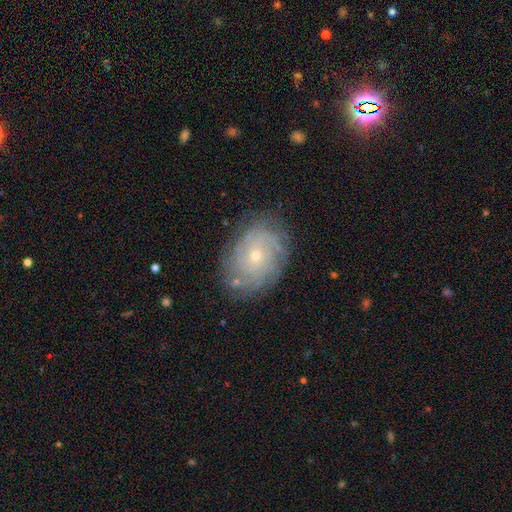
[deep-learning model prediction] Smooth or featured? Predicted: featured or disk (p=0.75). Edge-on disk? Predicted: no (p=0.96). Bar? Predicted: no (p=0.81). Spiral arms? Predicted: yes (p=0.90). Spiral winding? Predicted: tight (p=0.74). Spiral arm count? Predicted: can't tell (p=0.50). Bulge size? Predicted: small (p=0.68). Merging? Predicted: none (p=0.79).